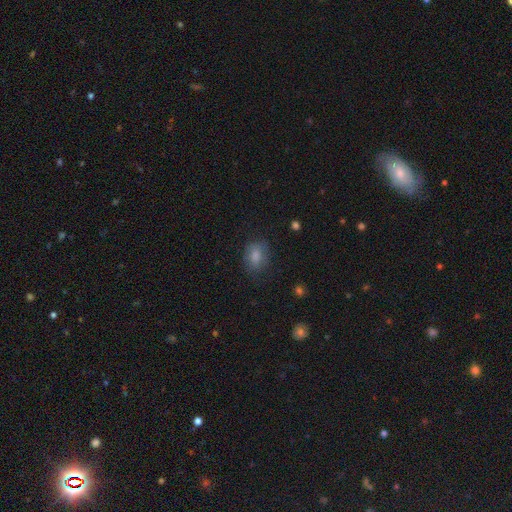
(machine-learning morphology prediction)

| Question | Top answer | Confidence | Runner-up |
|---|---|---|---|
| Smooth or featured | smooth | 80% | featured or disk (11%) |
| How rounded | in between | 71% | round (28%) |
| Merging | none | 70% | minor disturbance (21%) |